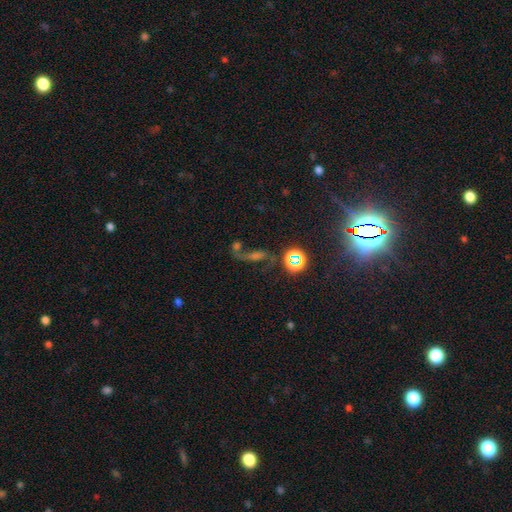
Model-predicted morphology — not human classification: Smooth or featured? Predicted: featured or disk (p=0.49). Merging? Predicted: none (p=0.43).